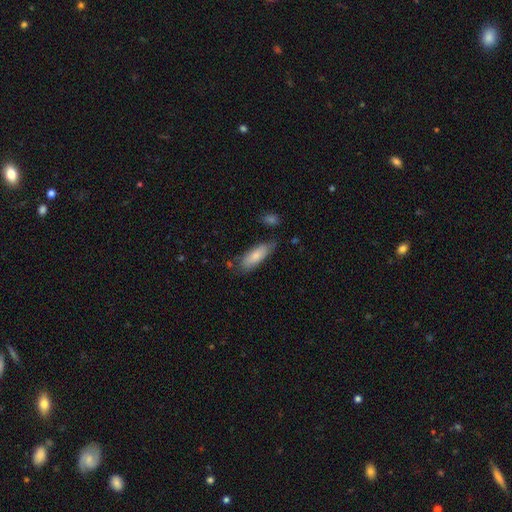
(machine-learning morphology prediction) Smooth or featured? smooth (79%)
How rounded? in between (61%)
Merging? none (66%)